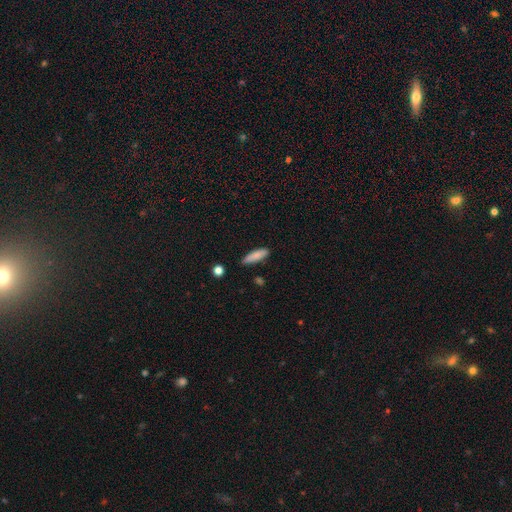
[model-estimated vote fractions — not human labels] smooth-or-featured: smooth: 85% | featured or disk: 8% | star or artifact: 7%
  how-rounded: cigar-shaped: 62% | in between: 36% | round: 2%
  merging: none: 83% | minor disturbance: 12% | major disturbance: 2% | merger: 2%